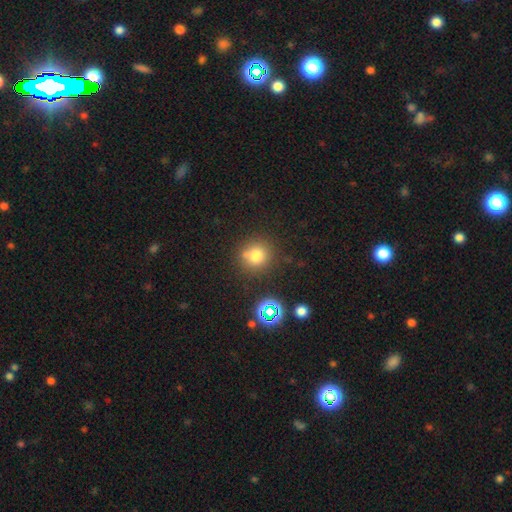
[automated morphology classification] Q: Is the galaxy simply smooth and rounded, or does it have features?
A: smooth — 74%.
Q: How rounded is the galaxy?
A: round — 91%.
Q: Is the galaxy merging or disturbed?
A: none — 77%.